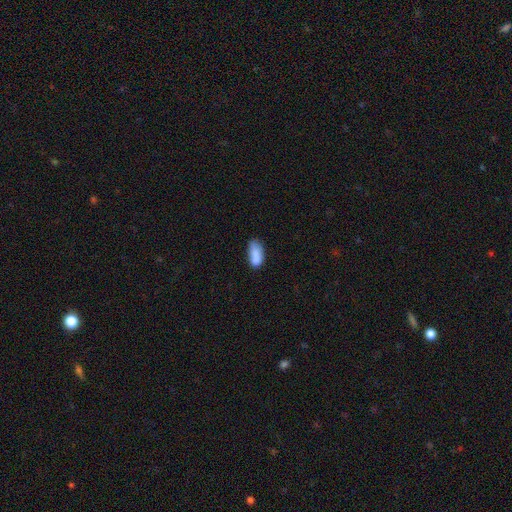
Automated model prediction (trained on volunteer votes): Q: Smooth or featured?
A: smooth (82%); runner-up: featured or disk (9%)
Q: How rounded?
A: in between (86%); runner-up: cigar-shaped (11%)
Q: Merging?
A: none (48%); runner-up: minor disturbance (34%)